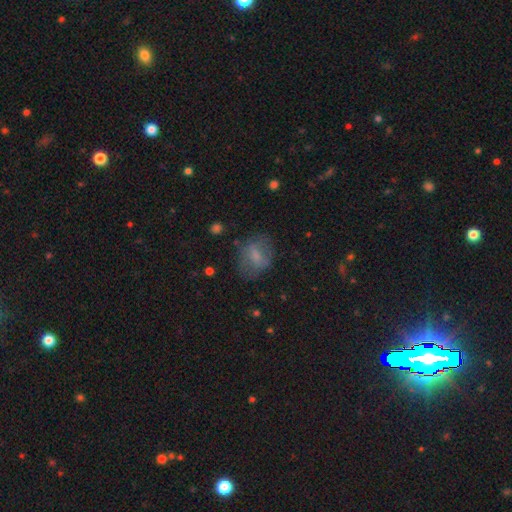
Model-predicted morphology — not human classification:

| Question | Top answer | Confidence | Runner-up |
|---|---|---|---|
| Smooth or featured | smooth | 59% | featured or disk (31%) |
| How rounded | in between | 61% | round (37%) |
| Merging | none | 62% | minor disturbance (22%) |